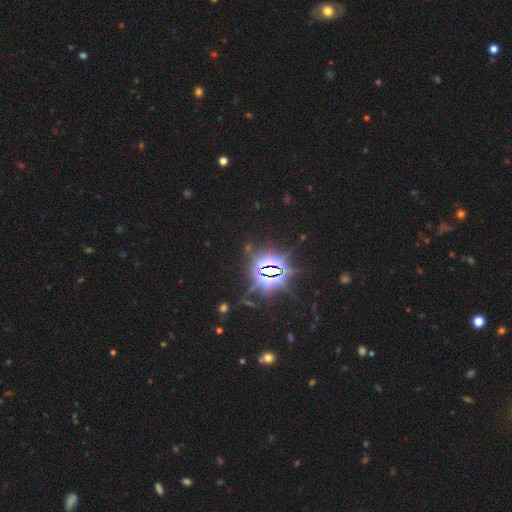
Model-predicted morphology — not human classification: A star or artifact, not a galaxy (85%).

Vote fractions:
- Smooth or featured? star or artifact: 85% / smooth: 8% / featured or disk: 6%